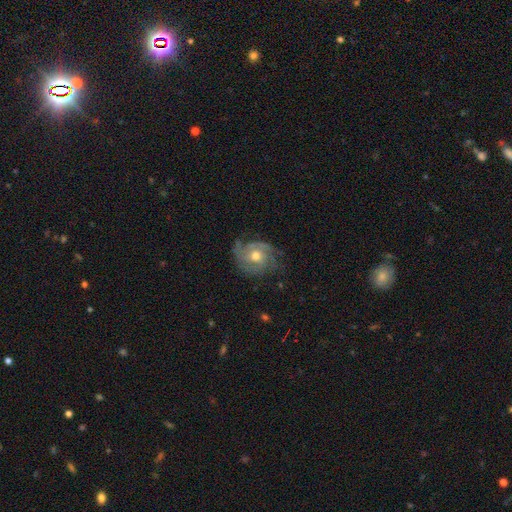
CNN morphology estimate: Smooth or featured?
  - featured or disk: 84% *
  - smooth: 10%
  - star or artifact: 6%
Edge-on disk?
  - no: 97% *
  - yes: 3%
Bar?
  - no: 75% *
  - weak: 21%
  - strong: 4%
Spiral arms?
  - yes: 95% *
  - no: 5%
Spiral winding?
  - tight: 56% *
  - medium: 35%
  - loose: 9%
Spiral arm count?
  - 3: 40% *
  - can't tell: 19%
  - 2: 18%
  - 4: 12%
  - 1: 6%
  - more than 4: 6%
Bulge size?
  - moderate: 77% *
  - small: 15%
  - large: 6%
  - none: 1%
  - dominant: 1%
Merging?
  - none: 70% *
  - minor disturbance: 20%
  - major disturbance: 8%
  - merger: 1%